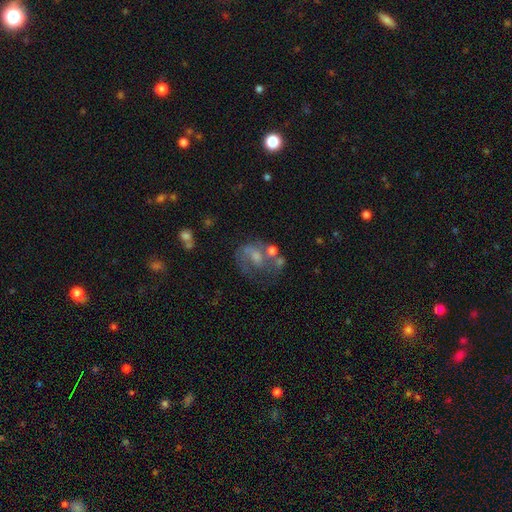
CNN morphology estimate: Smooth or featured: featured or disk — 56% (smooth — 26%)
Edge-on disk: no — 96% (yes — 4%)
Bar: no — 52% (weak — 37%)
Spiral arms: yes — 61% (no — 39%)
Bulge size: small — 40% (moderate — 38%)
Merging: none — 44% (major disturbance — 21%)